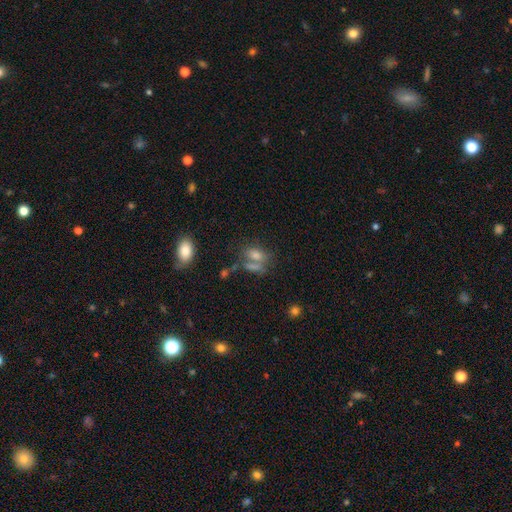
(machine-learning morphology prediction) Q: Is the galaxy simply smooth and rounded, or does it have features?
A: smooth — 63%.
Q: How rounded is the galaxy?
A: in between — 76%.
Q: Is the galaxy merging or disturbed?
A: none — 43%.